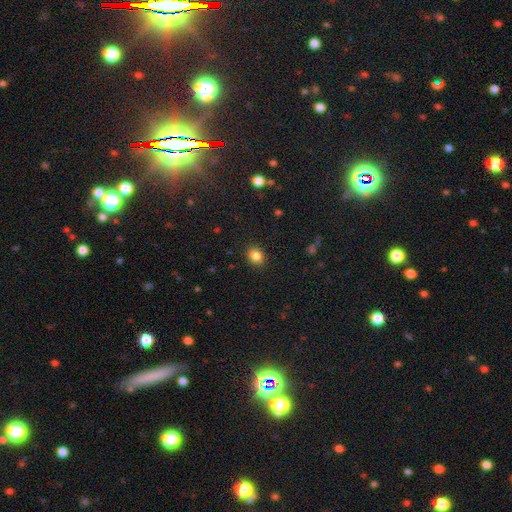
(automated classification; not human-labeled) Overall: smooth (84%). How rounded: round (61%; in between 38%). Merging: none (90%).